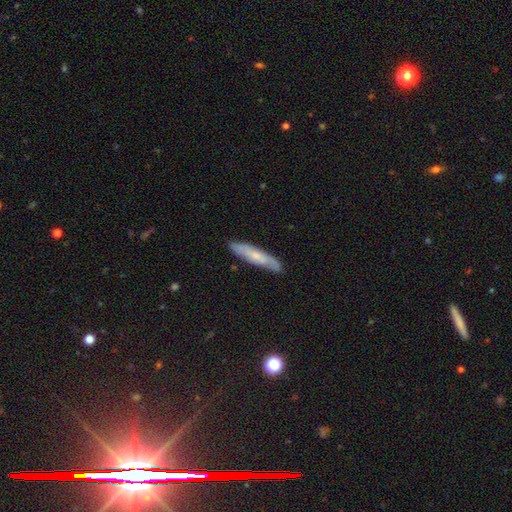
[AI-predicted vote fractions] smooth-or-featured: smooth: 48% | featured or disk: 45% | star or artifact: 6%
  merging: none: 84% | minor disturbance: 12% | major disturbance: 2% | merger: 1%